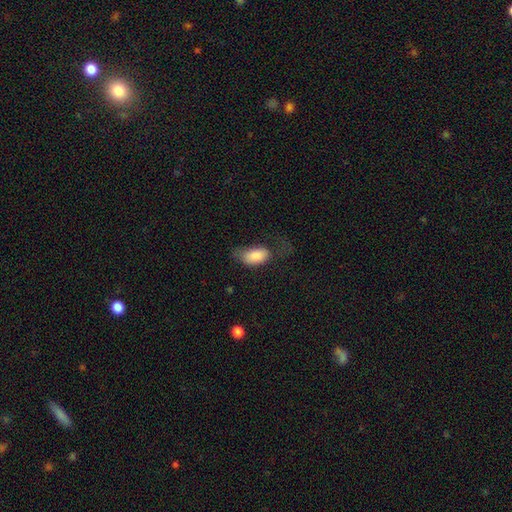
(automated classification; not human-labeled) smooth-or-featured: smooth: 84% | featured or disk: 9% | star or artifact: 7%
  how-rounded: in between: 93% | round: 3% | cigar-shaped: 3%
  merging: major disturbance: 35% | none: 33% | minor disturbance: 29% | merger: 3%